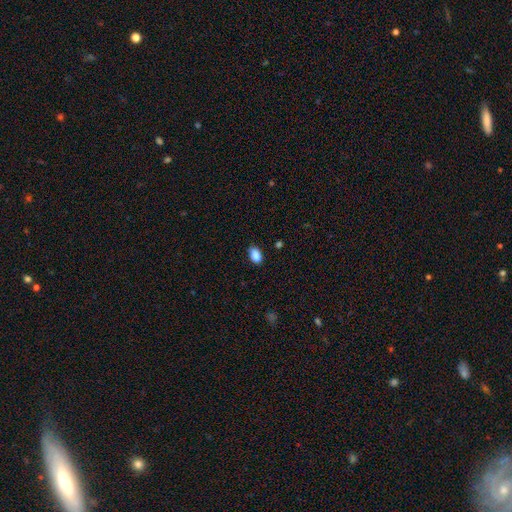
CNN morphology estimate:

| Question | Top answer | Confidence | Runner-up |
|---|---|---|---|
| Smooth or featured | smooth | 87% | star or artifact (9%) |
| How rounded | in between | 88% | round (10%) |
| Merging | none | 77% | minor disturbance (18%) |